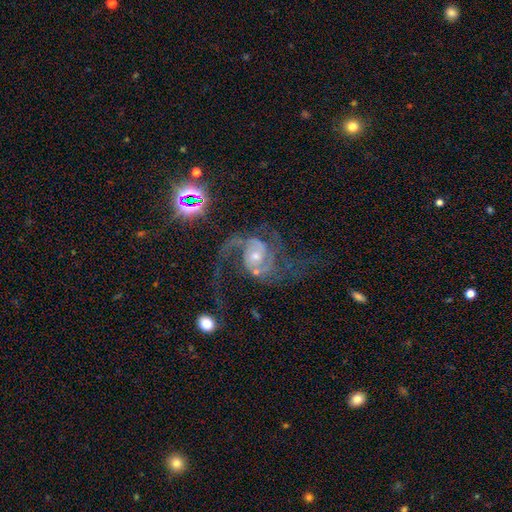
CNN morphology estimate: featured or disk 89%, star or artifact 7%, smooth 4%. Down the decision tree: edge-on disk — no (98%); bar — no (60%); spiral arms — yes (97%); spiral arm count — 2 (78%); spiral winding — medium (50%); bulge size — small (52%); merging — none (53%).